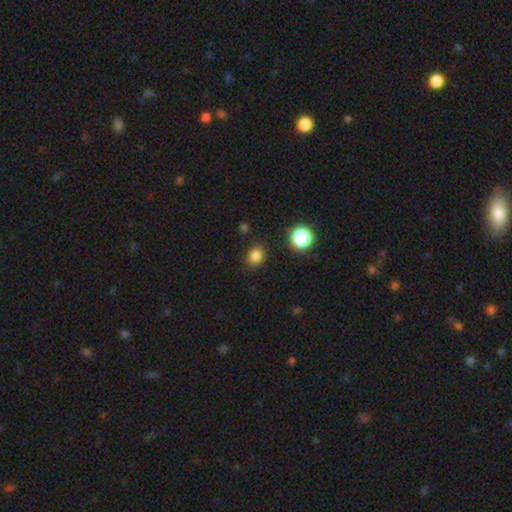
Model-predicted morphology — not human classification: smooth_or_featured: smooth (p=0.82) [alt: star or artifact p=0.14]
how_rounded: round (p=0.69) [alt: in between p=0.30]
merging: none (p=0.85) [alt: minor disturbance p=0.10]